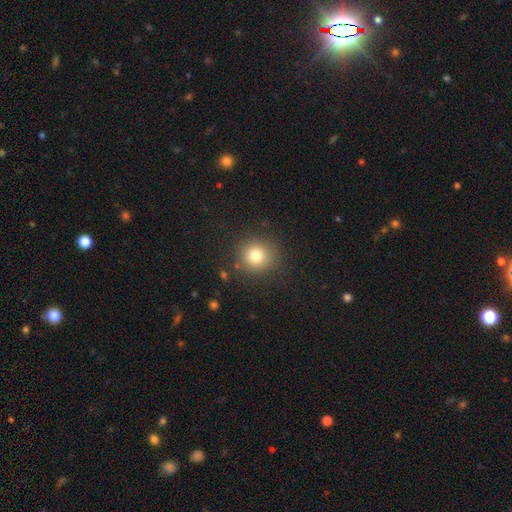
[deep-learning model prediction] A smooth galaxy with no disk features (79%) that is round (90%).

Vote fractions:
- Smooth or featured? smooth: 79% / star or artifact: 12% / featured or disk: 8%
- How rounded? round: 90% / in between: 9% / cigar-shaped: 1%
- Merging? none: 86% / minor disturbance: 8% / major disturbance: 3% / merger: 2%